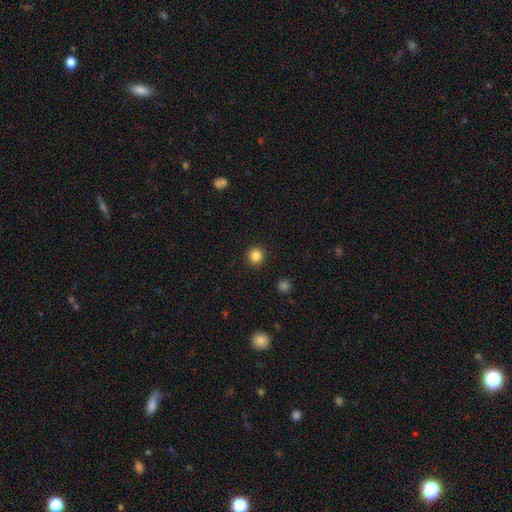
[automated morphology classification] A smooth galaxy with no disk features (85%) that is round (92%). Merging: none (92%).